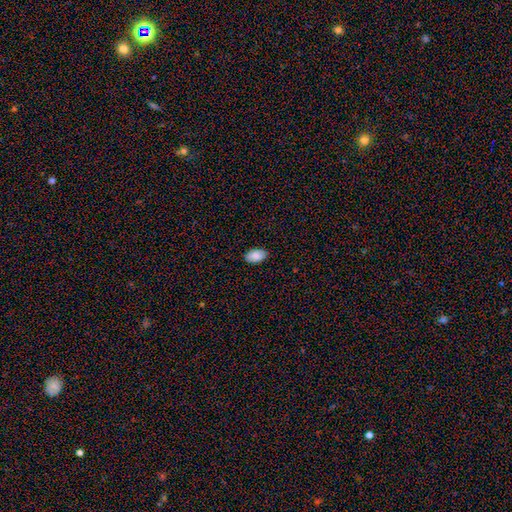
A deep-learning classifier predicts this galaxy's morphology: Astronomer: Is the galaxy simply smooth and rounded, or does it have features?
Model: smooth — 86%.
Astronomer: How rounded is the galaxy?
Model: in between — 94%.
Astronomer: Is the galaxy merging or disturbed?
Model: none — 87%.